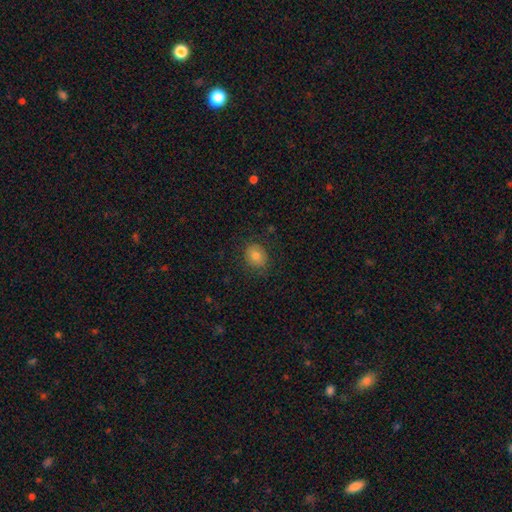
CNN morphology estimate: A smooth galaxy with no disk features (77%) that is round (59%). Merging: none (84%).